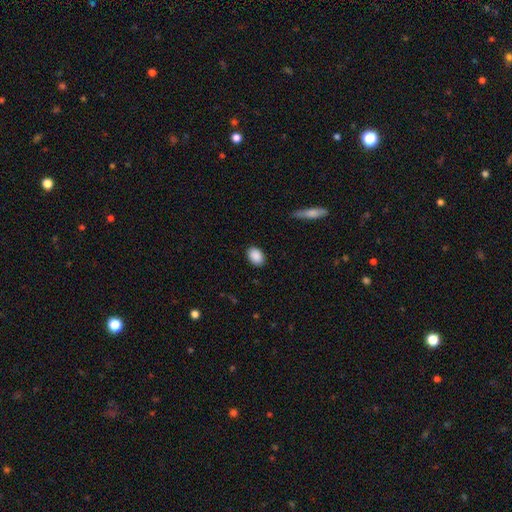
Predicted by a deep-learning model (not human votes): Smooth or featured?
  - smooth: 90% *
  - star or artifact: 7%
  - featured or disk: 3%
How rounded?
  - in between: 78% *
  - round: 20%
  - cigar-shaped: 1%
Merging?
  - none: 89% *
  - minor disturbance: 8%
  - major disturbance: 2%
  - merger: 1%